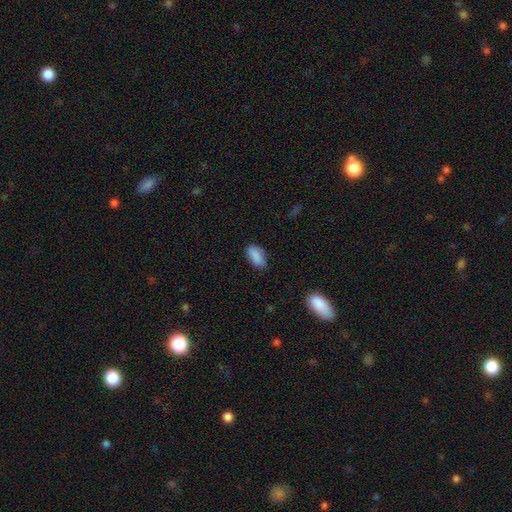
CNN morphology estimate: This is clearly a smooth galaxy (88%). How rounded: clearly in between (91%). Merging: likely none (77%).